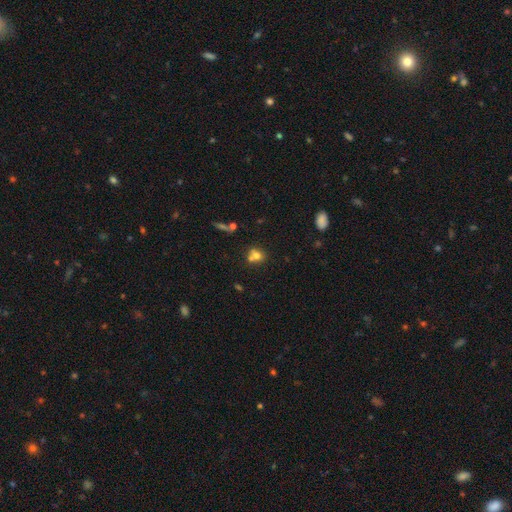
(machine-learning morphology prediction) Q: Smooth or featured?
A: smooth (69%); runner-up: featured or disk (16%)
Q: How rounded?
A: round (67%); runner-up: in between (32%)
Q: Merging?
A: merger (43%); tied with: none (43%)